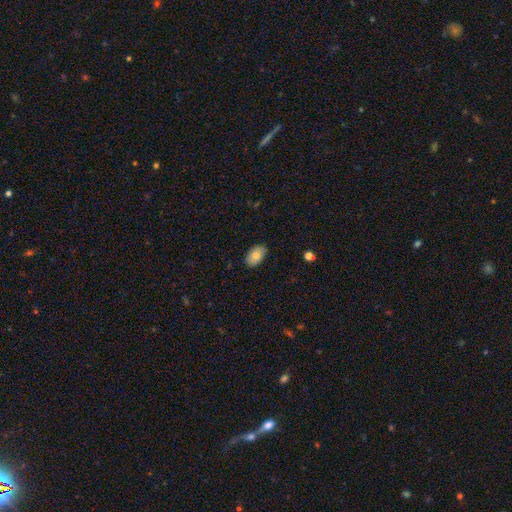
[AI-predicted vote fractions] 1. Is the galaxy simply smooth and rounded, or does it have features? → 80% smooth, 13% featured or disk, 7% star or artifact.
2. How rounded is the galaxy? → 92% in between, 6% round, 1% cigar-shaped.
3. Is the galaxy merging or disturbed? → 85% none, 12% minor disturbance, 2% major disturbance, 1% merger.